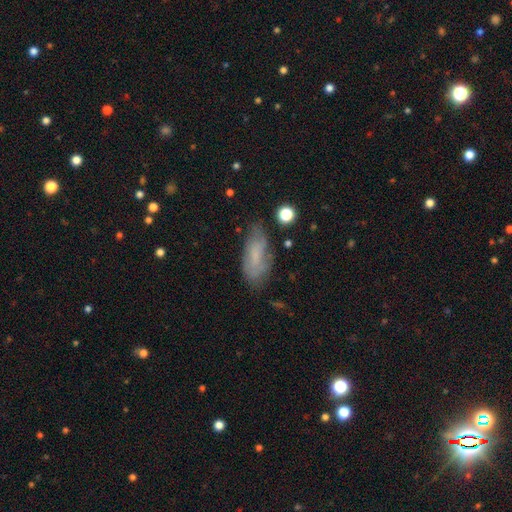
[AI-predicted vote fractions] Morphology: type=smooth (59%); roundness=in between (78%); merging=none (62%).